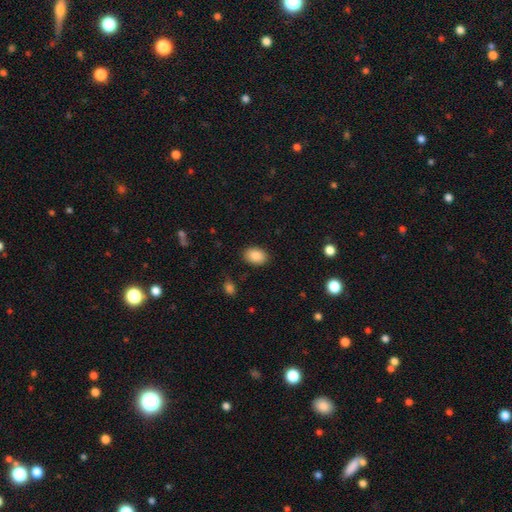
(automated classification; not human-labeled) smooth_or_featured: smooth (p=0.87) [alt: star or artifact p=0.08]
how_rounded: in between (p=0.82) [alt: round p=0.17]
merging: none (p=0.87) [alt: minor disturbance p=0.09]